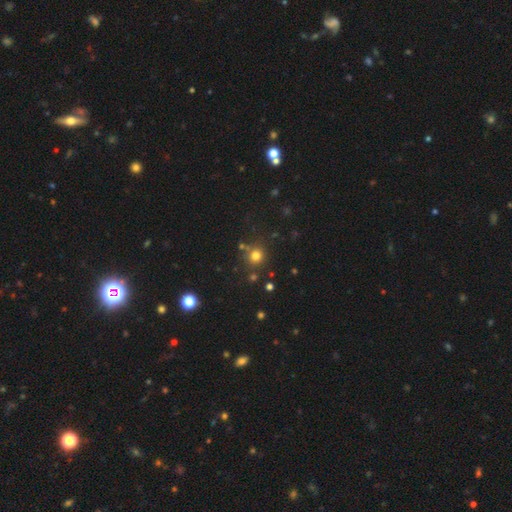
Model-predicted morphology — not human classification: Smooth or featured? Predicted: smooth (p=0.76). How rounded? Predicted: round (p=0.91). Merging? Predicted: none (p=0.79).